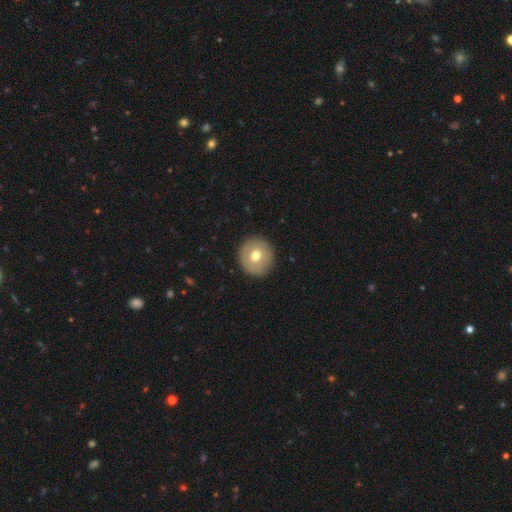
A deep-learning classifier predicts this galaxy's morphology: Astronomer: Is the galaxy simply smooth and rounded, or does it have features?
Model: smooth — 65%.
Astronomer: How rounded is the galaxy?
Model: round — 94%.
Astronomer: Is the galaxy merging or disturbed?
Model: none — 91%.